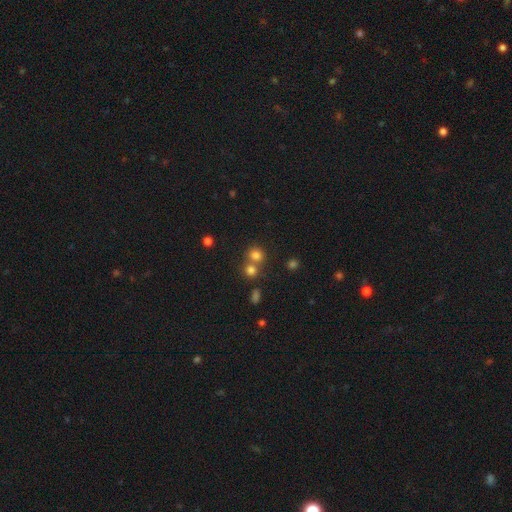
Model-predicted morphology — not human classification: smooth 77%, star or artifact 16%, featured or disk 7%. Down the decision tree: how rounded — round (86%); merging — none (56%).